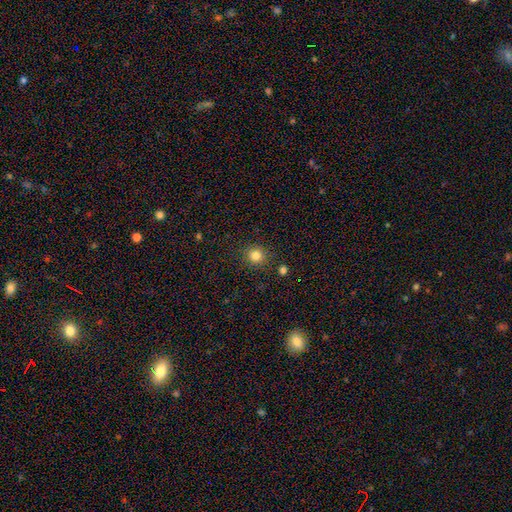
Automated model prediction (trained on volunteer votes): Smooth or featured?
  - smooth: 82% *
  - star or artifact: 12%
  - featured or disk: 5%
How rounded?
  - round: 91% *
  - in between: 8%
  - cigar-shaped: 1%
Merging?
  - none: 88% *
  - minor disturbance: 7%
  - major disturbance: 2%
  - merger: 2%